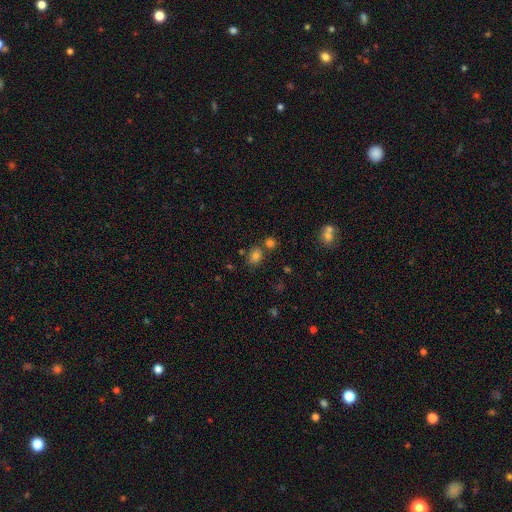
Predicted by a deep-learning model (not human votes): Q: Smooth or featured?
A: smooth (76%); runner-up: star or artifact (16%)
Q: How rounded?
A: round (53%); runner-up: in between (46%)
Q: Merging?
A: none (68%); runner-up: merger (17%)